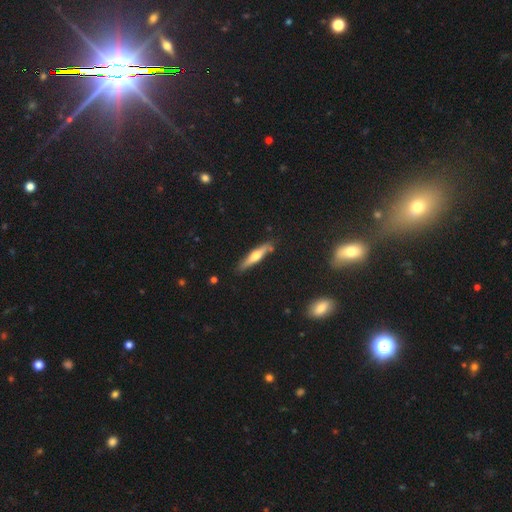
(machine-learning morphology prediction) This is possibly a featured or disk galaxy (59%). It is clearly viewed edge-on (94%). Edge-on bulge: clearly rounded (90%). Merging: clearly none (84%).